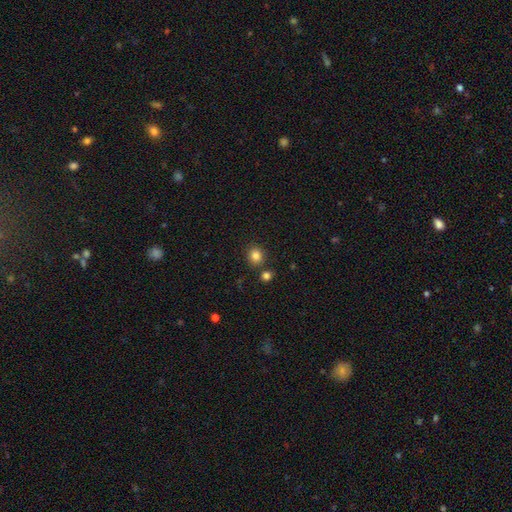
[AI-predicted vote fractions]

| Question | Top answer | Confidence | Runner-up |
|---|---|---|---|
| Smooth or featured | smooth | 84% | star or artifact (12%) |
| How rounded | round | 82% | in between (17%) |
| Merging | none | 81% | merger (8%) |